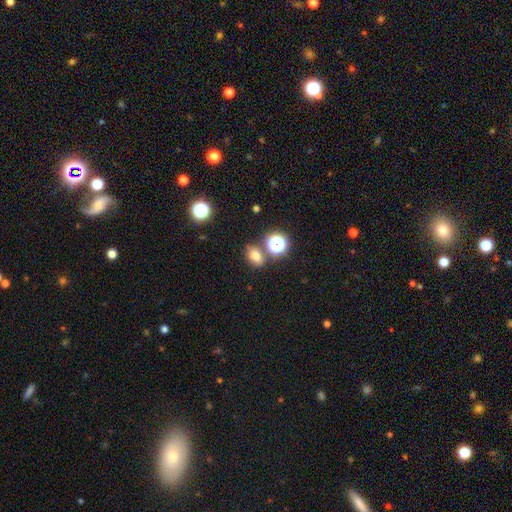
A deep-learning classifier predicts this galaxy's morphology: A smooth galaxy with no disk features (73%) that is in between round and cigar-shaped (66%).

Vote fractions:
- Smooth or featured? smooth: 73% / star or artifact: 20% / featured or disk: 8%
- How rounded? in between: 66% / round: 32% / cigar-shaped: 2%
- Merging? none: 69% / minor disturbance: 13% / merger: 13% / major disturbance: 4%